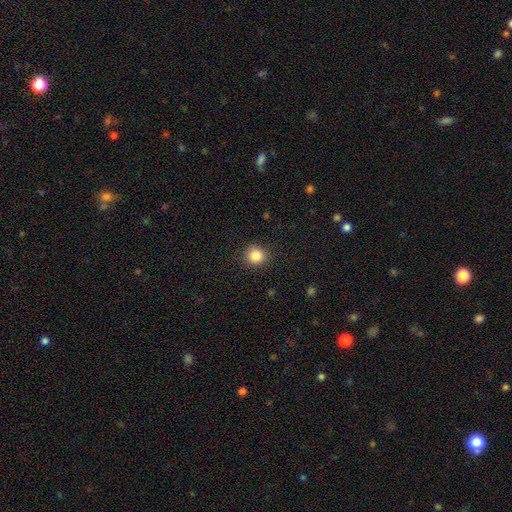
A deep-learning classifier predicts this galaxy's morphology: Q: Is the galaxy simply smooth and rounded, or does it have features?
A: smooth — 86%.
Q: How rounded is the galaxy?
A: round — 91%.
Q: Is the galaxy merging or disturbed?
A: none — 89%.